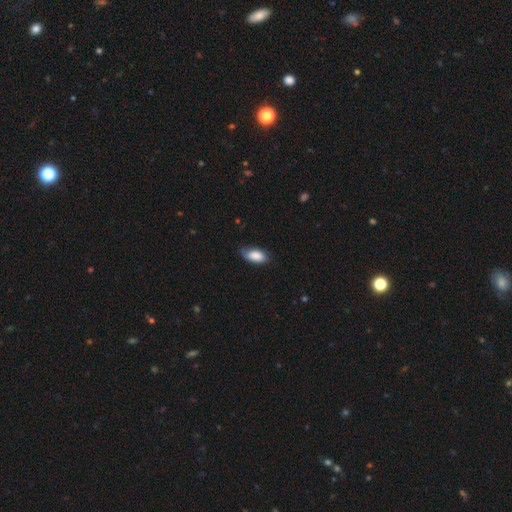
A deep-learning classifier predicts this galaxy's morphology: smooth-or-featured: smooth: 84% | featured or disk: 10% | star or artifact: 7%
  how-rounded: in between: 91% | cigar-shaped: 6% | round: 3%
  merging: none: 70% | minor disturbance: 25% | major disturbance: 4% | merger: 1%